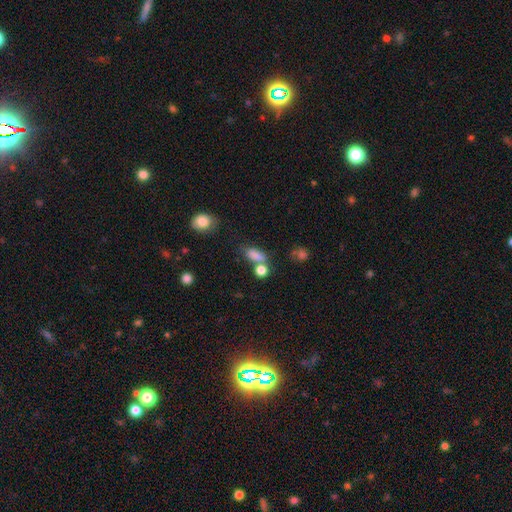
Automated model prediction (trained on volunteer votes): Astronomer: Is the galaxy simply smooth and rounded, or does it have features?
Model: smooth — 81%.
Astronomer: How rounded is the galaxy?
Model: in between — 74%.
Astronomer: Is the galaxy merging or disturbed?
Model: none — 49% (runner-up: merger, 29%).